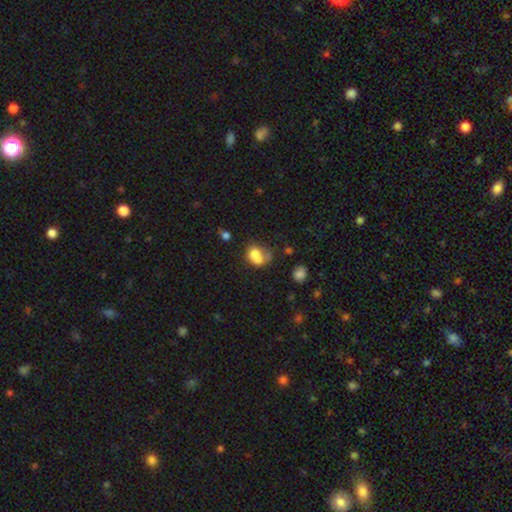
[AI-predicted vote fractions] Smooth or featured? smooth (69%)
How rounded? in between (57%)
Merging? merger (52%)